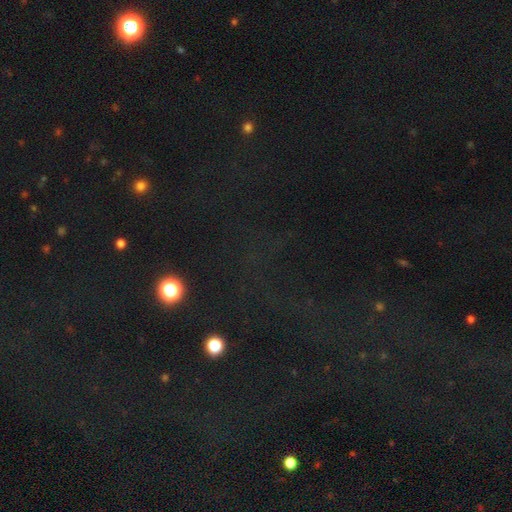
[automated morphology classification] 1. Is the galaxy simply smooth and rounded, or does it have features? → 73% star or artifact, 18% smooth, 9% featured or disk.